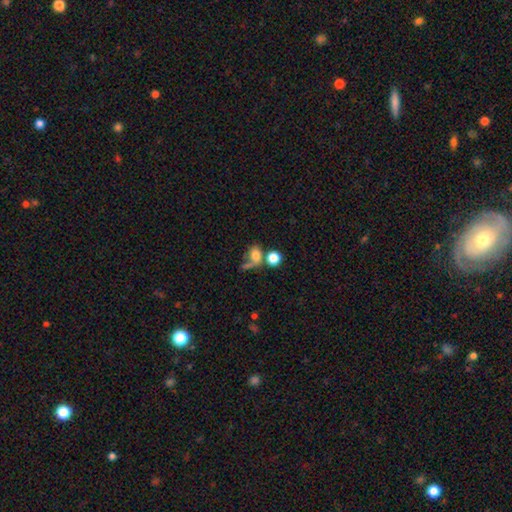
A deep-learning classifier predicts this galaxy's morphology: A smooth galaxy with no disk features (68%) that is in between round and cigar-shaped (50%). Merging: merger (33%).